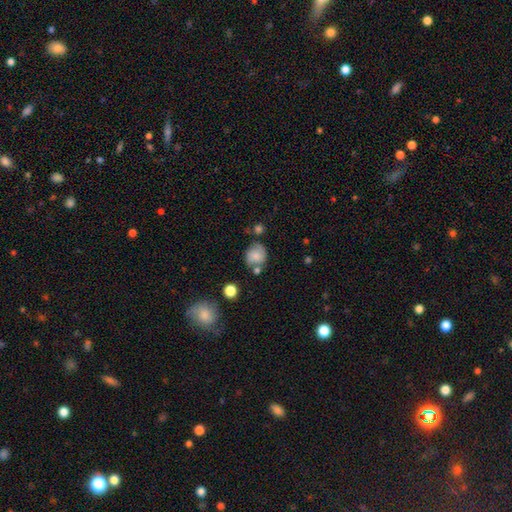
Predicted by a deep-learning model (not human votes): smooth 71%, featured or disk 19%, star or artifact 10%. Down the decision tree: how rounded — round (78%); merging — none (60%).